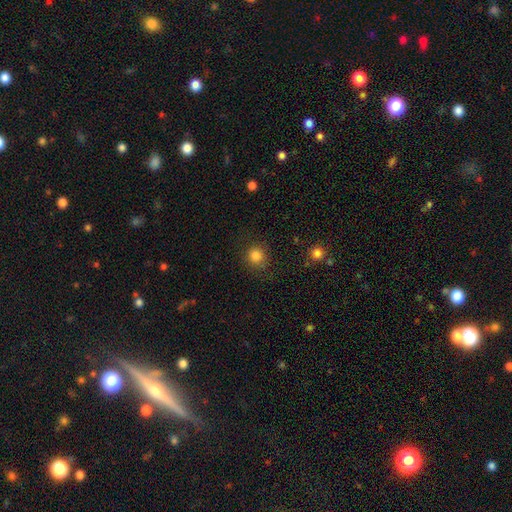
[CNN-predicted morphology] type=smooth (84%); roundness=round (91%); merging=none (85%).